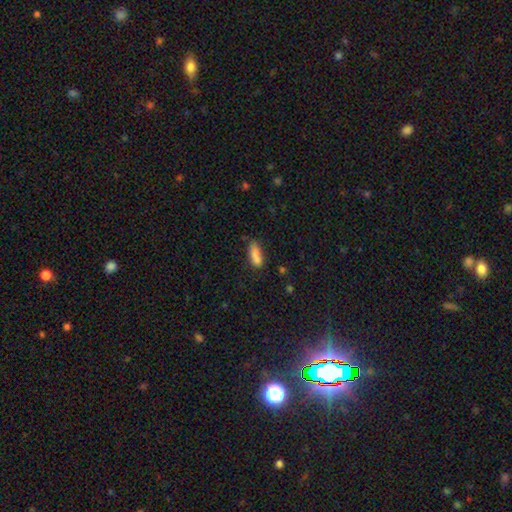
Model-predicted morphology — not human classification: Smooth or featured?
  - smooth: 83% *
  - star or artifact: 9%
  - featured or disk: 8%
How rounded?
  - in between: 68% *
  - cigar-shaped: 29%
  - round: 3%
Merging?
  - none: 53% *
  - minor disturbance: 28%
  - merger: 10%
  - major disturbance: 9%